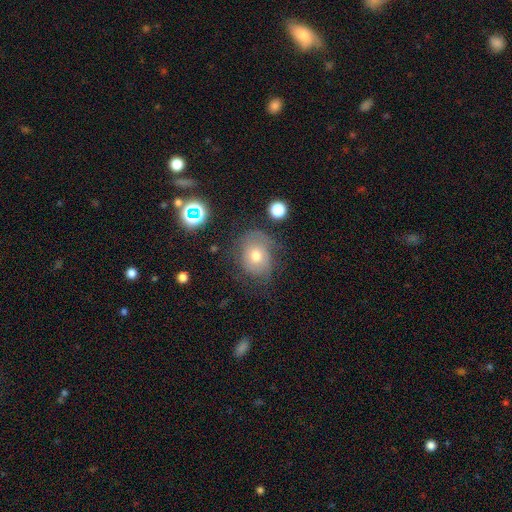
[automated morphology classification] Smooth or featured: smooth — 51% (featured or disk — 35%)
How rounded: round — 59% (in between — 40%)
Merging: none — 56% (minor disturbance — 26%)